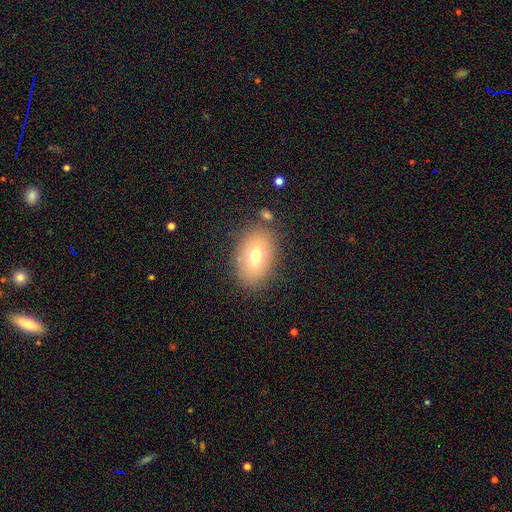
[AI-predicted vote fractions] This is likely a smooth galaxy (68%). How rounded: clearly in between (84%). Merging: likely none (79%).